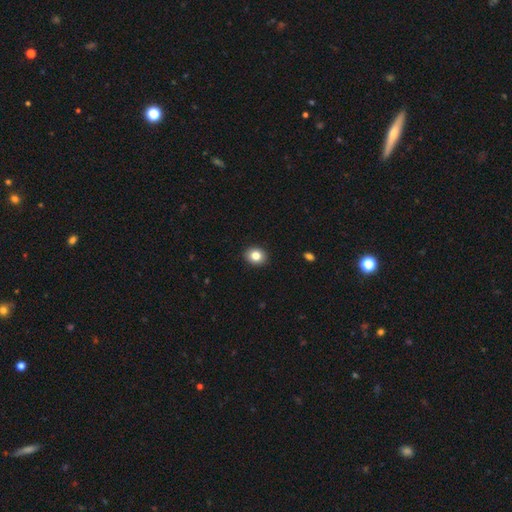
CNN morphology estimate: smooth-or-featured: smooth: 83% | star or artifact: 10% | featured or disk: 7%
  how-rounded: round: 64% | in between: 35% | cigar-shaped: 1%
  merging: none: 92% | minor disturbance: 6% | major disturbance: 2% | merger: 1%